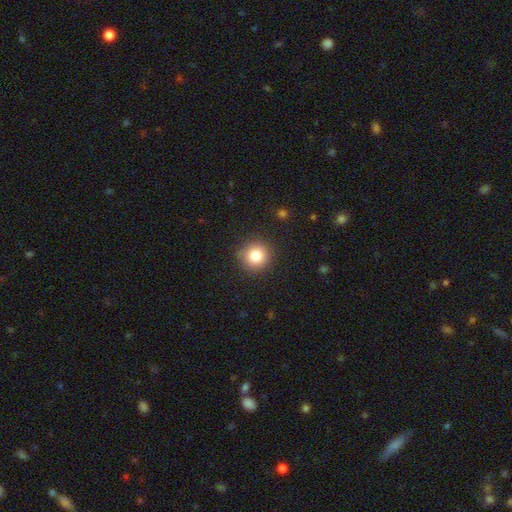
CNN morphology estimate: The model was most divided on "smooth or featured": smooth: 82%, star or artifact: 11%, featured or disk: 8%. More confident: how rounded — round (94%); merging — none (89%).